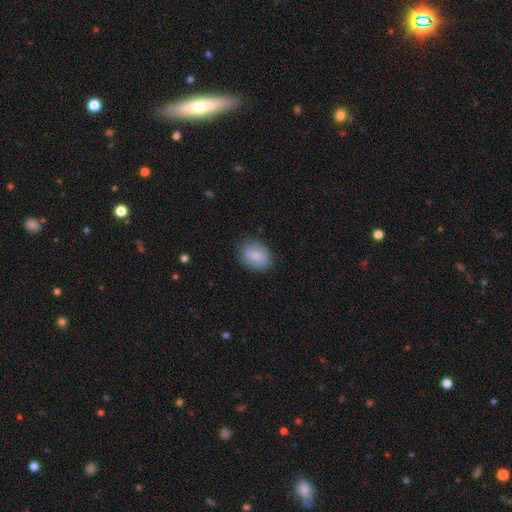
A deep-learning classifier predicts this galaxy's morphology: This appears to be a smooth galaxy with no disk features (82%) that is in between round and cigar-shaped (70%). Merging: none (81%).